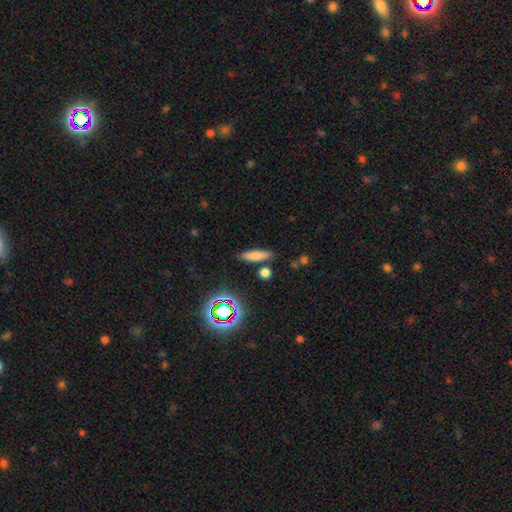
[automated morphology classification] smooth_or_featured: smooth (p=0.74) [alt: featured or disk p=0.14]
how_rounded: cigar-shaped (p=0.59) [alt: in between p=0.37]
merging: none (p=0.81) [alt: minor disturbance p=0.10]